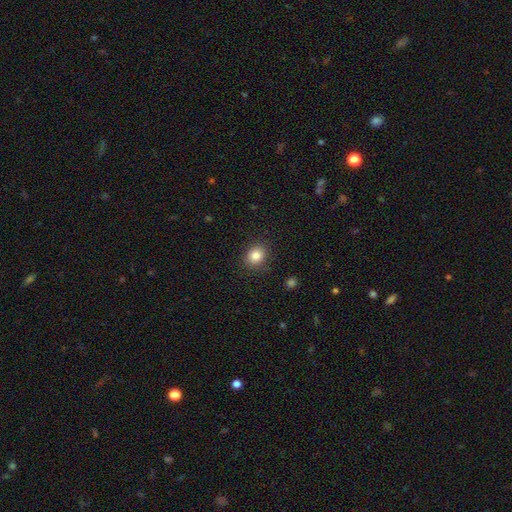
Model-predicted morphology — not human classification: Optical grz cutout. It shows a smooth galaxy with no disk features (84%) that is round (62%). Merging: none (87%).